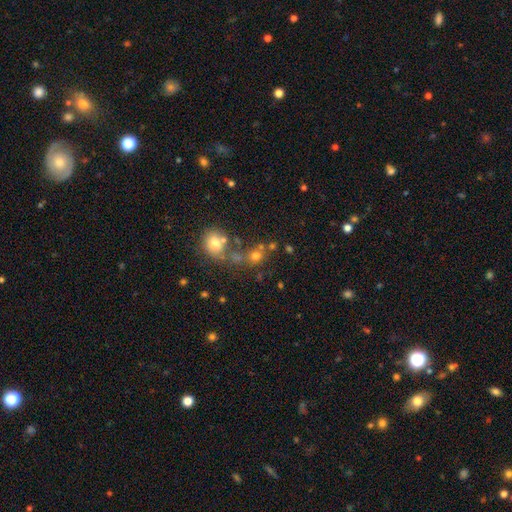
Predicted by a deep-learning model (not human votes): A smooth galaxy with no disk features (66%) that is round (79%). Merging: none (53%).